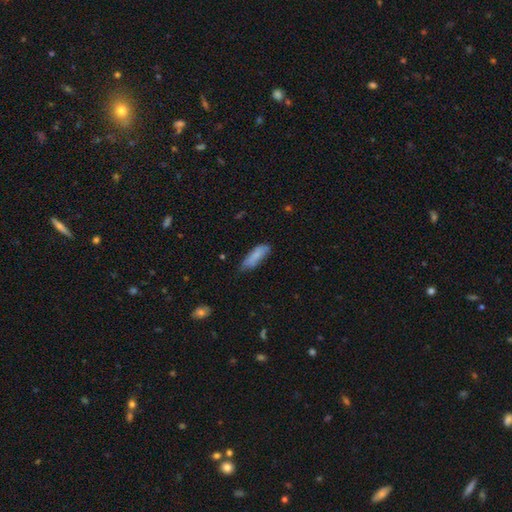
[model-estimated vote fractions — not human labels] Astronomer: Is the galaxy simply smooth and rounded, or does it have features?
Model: smooth — 80%.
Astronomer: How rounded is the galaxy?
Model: in between — 51% (runner-up: cigar-shaped, 47%).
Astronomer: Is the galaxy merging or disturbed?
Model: none — 60%.